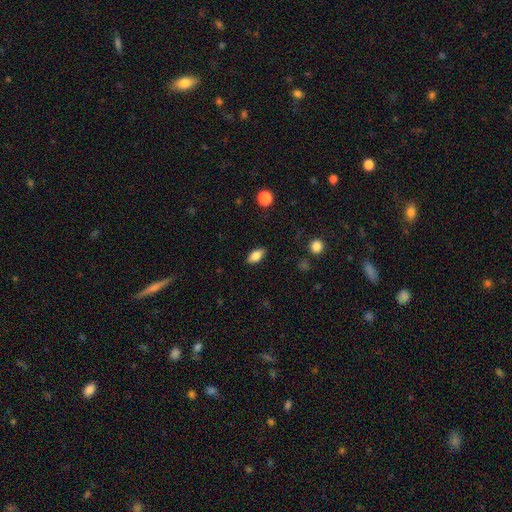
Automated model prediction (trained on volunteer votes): Q: Smooth or featured?
A: smooth (82%); runner-up: featured or disk (10%)
Q: How rounded?
A: in between (89%); runner-up: cigar-shaped (6%)
Q: Merging?
A: none (87%); runner-up: minor disturbance (10%)